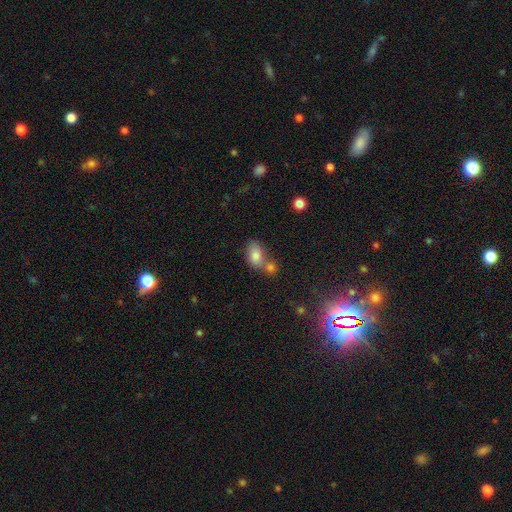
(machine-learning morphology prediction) Smooth or featured: smooth — 81% (featured or disk — 10%)
How rounded: in between — 85% (round — 14%)
Merging: merger — 45% (none — 38%)